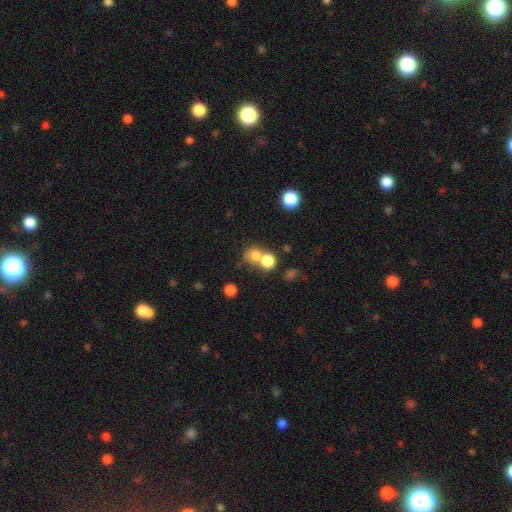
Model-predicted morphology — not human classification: The model was most divided on "merging": merger: 44%, none: 43%, minor disturbance: 8%, major disturbance: 4%. More confident: how rounded — round (77%); smooth or featured — smooth (76%).